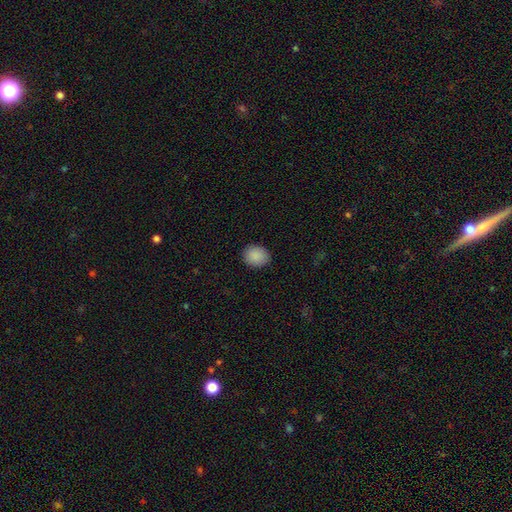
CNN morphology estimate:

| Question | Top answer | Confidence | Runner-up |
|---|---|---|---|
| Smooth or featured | smooth | 89% | star or artifact (8%) |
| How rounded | round | 62% | in between (38%) |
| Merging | none | 89% | minor disturbance (8%) |